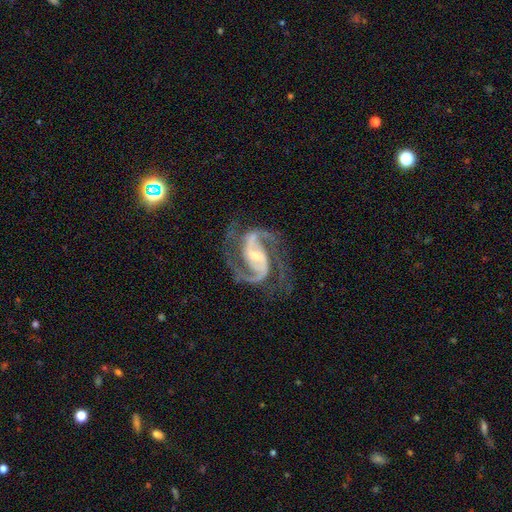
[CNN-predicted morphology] A featured or disk galaxy (94%) with a weak bar (46%), 2 (89%) medium (66%) spiral arms (99%) and a small central bulge (58%). Merging: none (73%).